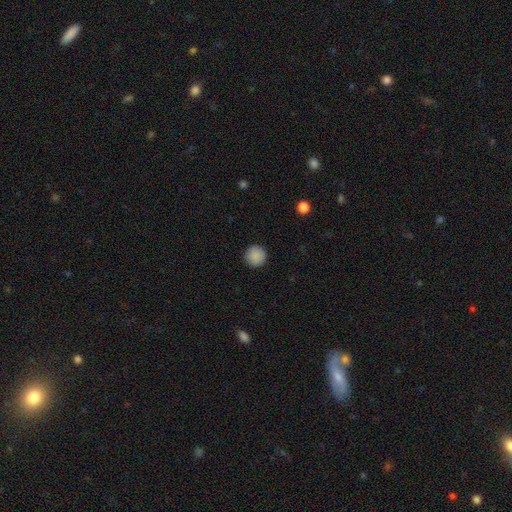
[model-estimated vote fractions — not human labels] Q: Smooth or featured?
A: smooth (89%); runner-up: star or artifact (8%)
Q: How rounded?
A: round (95%); runner-up: in between (4%)
Q: Merging?
A: none (91%); runner-up: minor disturbance (6%)